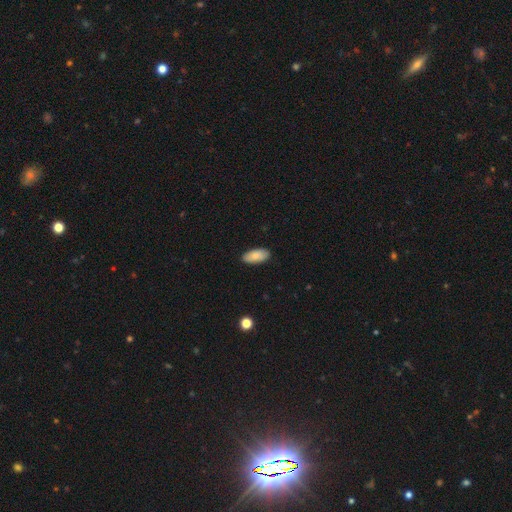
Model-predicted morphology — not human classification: type=smooth (86%); roundness=in between (93%); merging=none (89%).